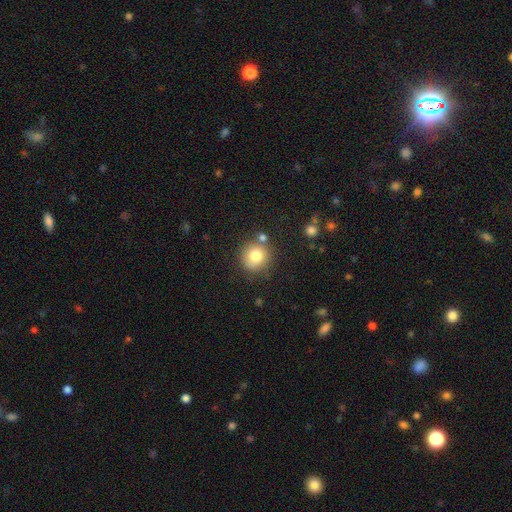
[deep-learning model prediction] Smooth or featured? smooth (78%)
How rounded? round (92%)
Merging? none (75%)